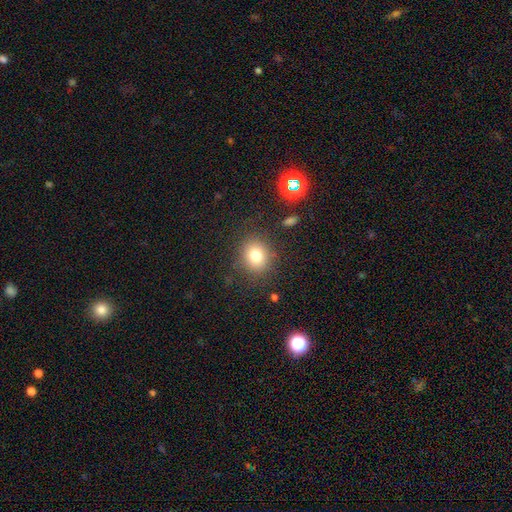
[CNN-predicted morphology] Smooth or featured? smooth (78%)
How rounded? round (73%)
Merging? none (84%)